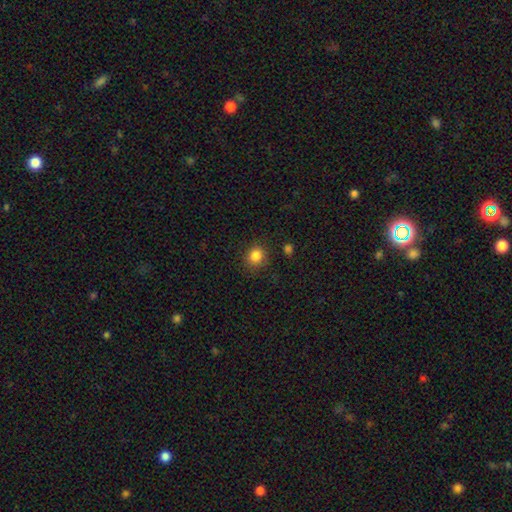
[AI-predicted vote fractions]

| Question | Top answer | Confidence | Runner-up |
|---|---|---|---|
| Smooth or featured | smooth | 85% | star or artifact (11%) |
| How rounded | round | 80% | in between (19%) |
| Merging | none | 84% | minor disturbance (11%) |